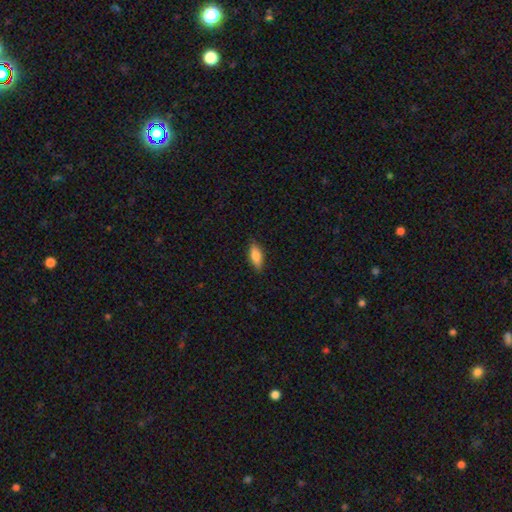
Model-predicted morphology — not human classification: smooth-or-featured: smooth: 80% | featured or disk: 13% | star or artifact: 6%
  how-rounded: in between: 70% | cigar-shaped: 27% | round: 2%
  merging: none: 84% | minor disturbance: 12% | major disturbance: 2% | merger: 1%